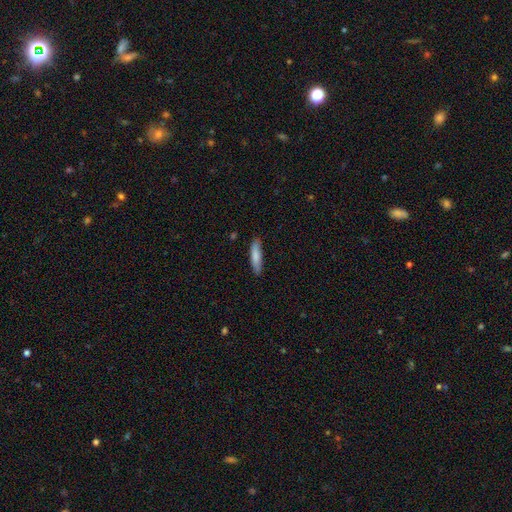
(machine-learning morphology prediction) A smooth galaxy with no disk features (82%) that is cigar-shaped (80%). Merging: none (85%).